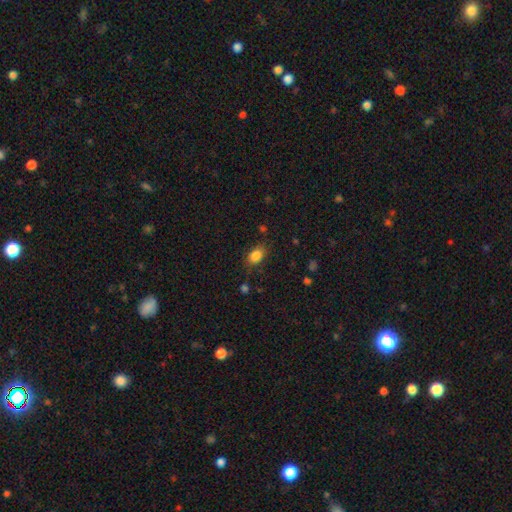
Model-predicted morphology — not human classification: Smooth or featured? Predicted: smooth (p=0.85). How rounded? Predicted: in between (p=0.83). Merging? Predicted: none (p=0.77).